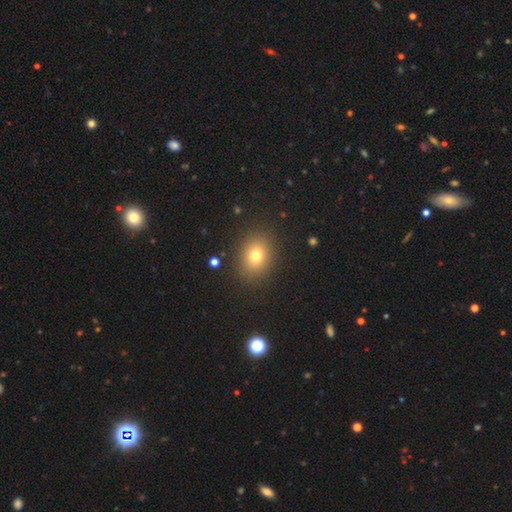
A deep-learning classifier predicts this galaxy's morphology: The model was most divided on "how rounded": in between: 54%, round: 45%, cigar-shaped: 1%. More confident: merging — none (88%); smooth or featured — smooth (76%).